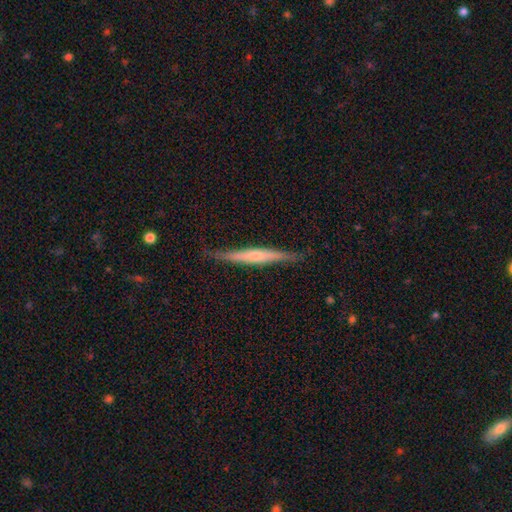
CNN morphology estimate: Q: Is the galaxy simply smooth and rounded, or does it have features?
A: featured or disk — 61%.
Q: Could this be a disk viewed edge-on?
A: yes — 96%.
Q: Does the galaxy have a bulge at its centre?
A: rounded — 58%.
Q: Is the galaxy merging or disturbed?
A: none — 84%.